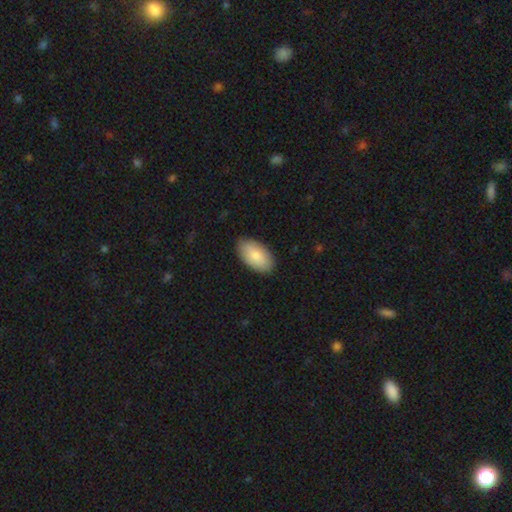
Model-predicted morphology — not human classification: A smooth galaxy with no disk features (82%) that is in between round and cigar-shaped (95%). Merging: none (86%).